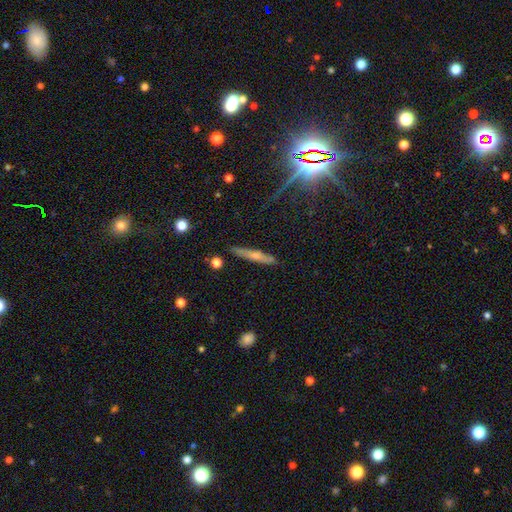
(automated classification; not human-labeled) Smooth or featured? Predicted: smooth (p=0.55). How rounded? Predicted: cigar-shaped (p=0.92). Merging? Predicted: none (p=0.85).